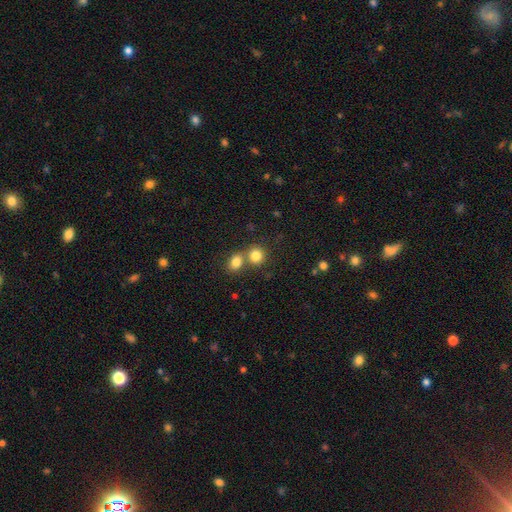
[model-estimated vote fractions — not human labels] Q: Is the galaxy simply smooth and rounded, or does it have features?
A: smooth — 82%.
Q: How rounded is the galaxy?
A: round — 81%.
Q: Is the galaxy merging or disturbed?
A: none — 48%.